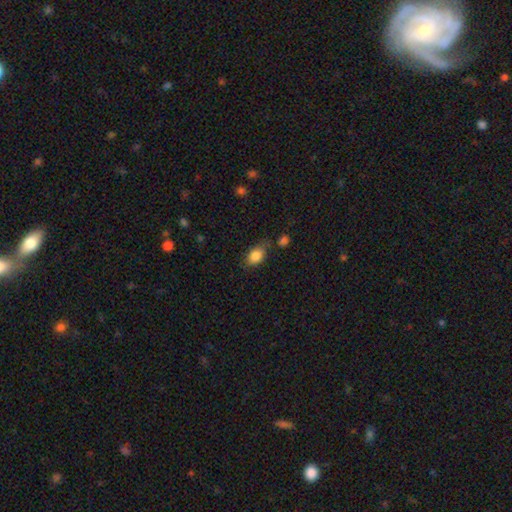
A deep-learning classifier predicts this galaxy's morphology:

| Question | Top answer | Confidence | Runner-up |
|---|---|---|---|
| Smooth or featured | smooth | 85% | star or artifact (8%) |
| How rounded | in between | 84% | round (14%) |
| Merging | none | 62% | minor disturbance (23%) |